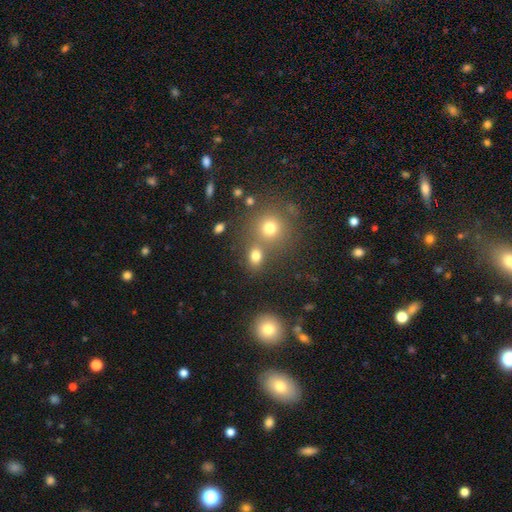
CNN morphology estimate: Smooth or featured? smooth (76%)
How rounded? round (51%)
Merging? none (61%)